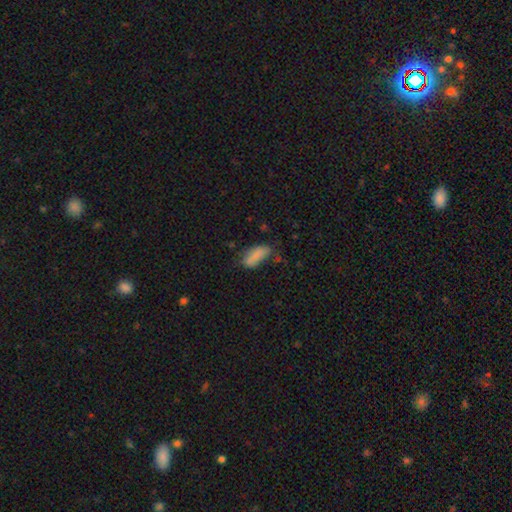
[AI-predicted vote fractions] smooth_or_featured: smooth (p=0.82) [alt: featured or disk p=0.09]
how_rounded: in between (p=0.82) [alt: cigar-shaped p=0.15]
merging: none (p=0.52) [alt: minor disturbance p=0.31]